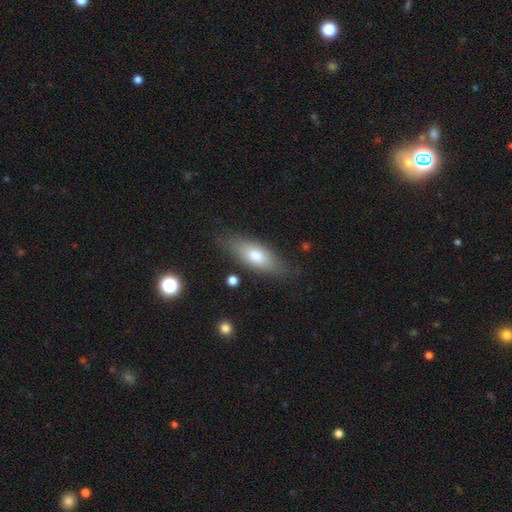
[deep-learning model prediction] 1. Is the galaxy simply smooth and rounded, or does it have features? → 68% smooth, 25% featured or disk, 7% star or artifact.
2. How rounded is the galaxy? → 70% in between, 26% cigar-shaped, 3% round.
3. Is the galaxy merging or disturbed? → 80% none, 15% minor disturbance, 3% major disturbance, 2% merger.